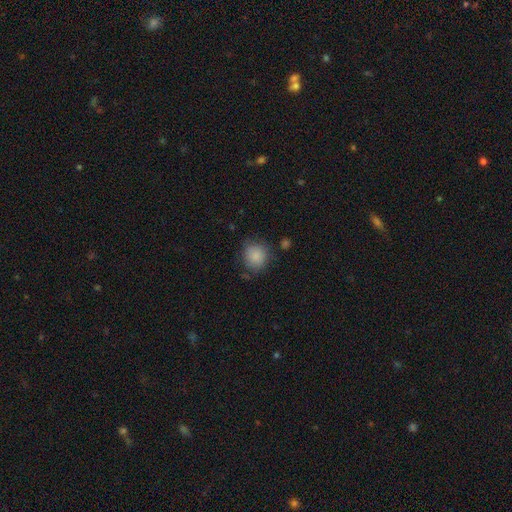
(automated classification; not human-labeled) Morphology: type=smooth (87%); roundness=round (84%); merging=none (76%).